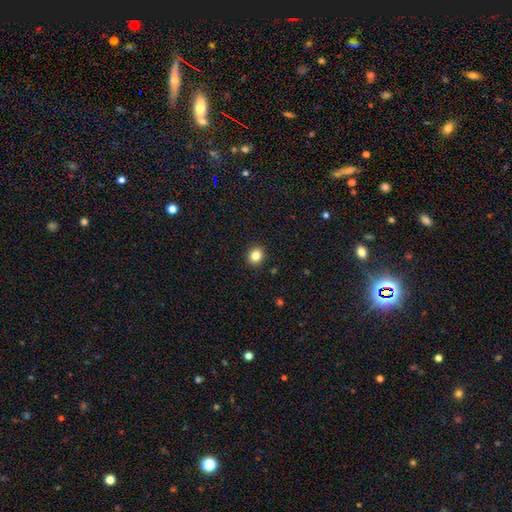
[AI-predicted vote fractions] smooth 83%, star or artifact 12%, featured or disk 5%. Down the decision tree: how rounded — round (81%); merging — none (92%).